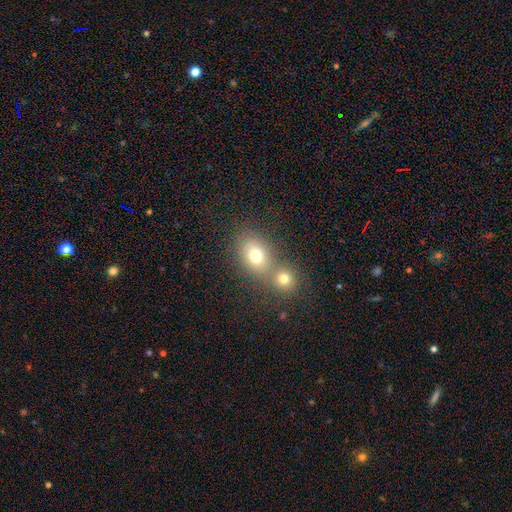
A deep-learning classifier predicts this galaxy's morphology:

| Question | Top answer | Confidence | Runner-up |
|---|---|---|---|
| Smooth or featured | smooth | 74% | star or artifact (13%) |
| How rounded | in between | 50% | round (49%) |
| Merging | none | 45% | merger (43%) |